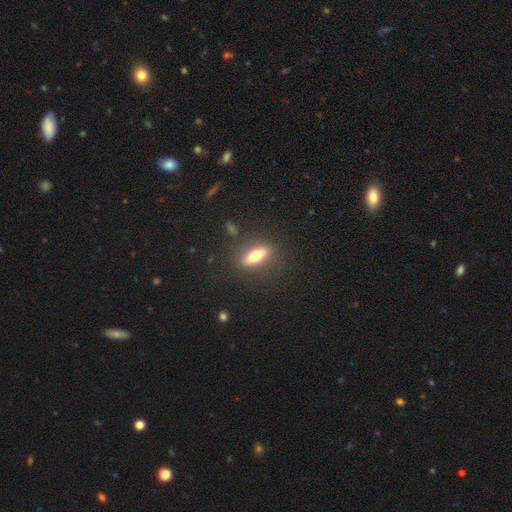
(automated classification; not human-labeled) Smooth or featured?
  - smooth: 59% *
  - featured or disk: 33%
  - star or artifact: 8%
How rounded?
  - cigar-shaped: 49% *
  - in between: 47%
  - round: 4%
Merging?
  - none: 85% *
  - minor disturbance: 10%
  - major disturbance: 4%
  - merger: 2%